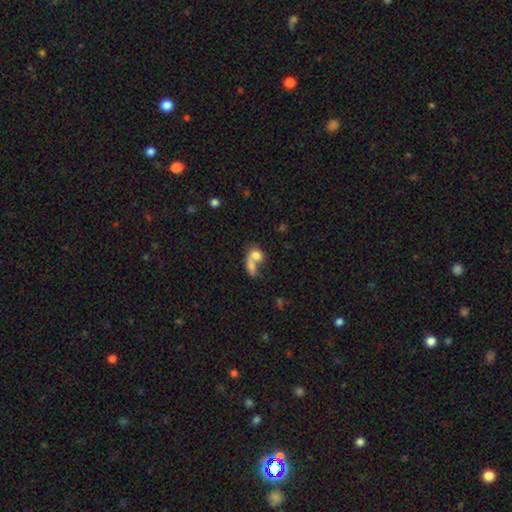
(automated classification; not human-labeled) This appears to be a smooth galaxy with no disk features (72%) that is in between round and cigar-shaped (61%). Merging: merger (65%).